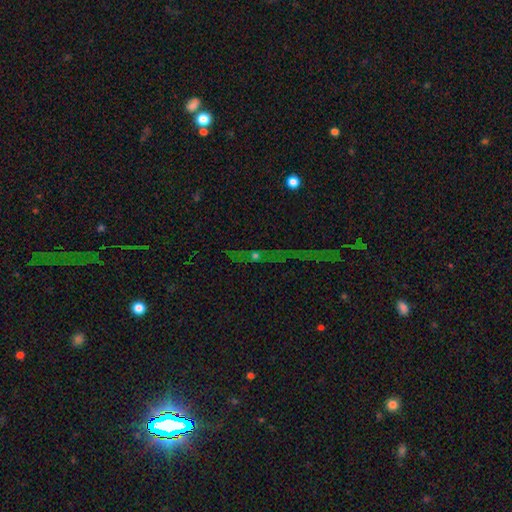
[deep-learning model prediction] Overall: star or artifact (67%).